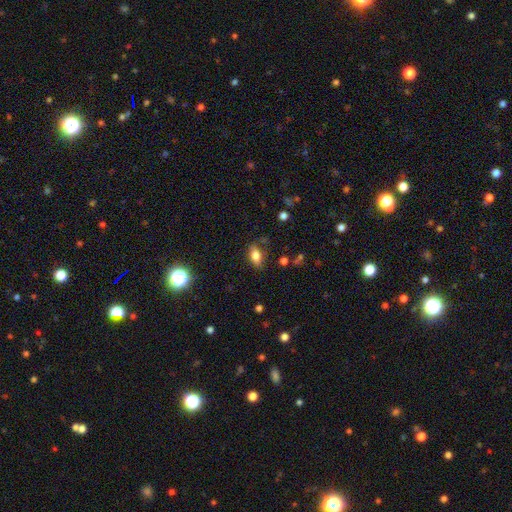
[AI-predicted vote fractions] A smooth galaxy with no disk features (76%) that is in between round and cigar-shaped (85%).

Vote fractions:
- Smooth or featured? smooth: 76% / featured or disk: 14% / star or artifact: 10%
- How rounded? in between: 85% / cigar-shaped: 8% / round: 7%
- Merging? none: 77% / minor disturbance: 17% / major disturbance: 4% / merger: 2%